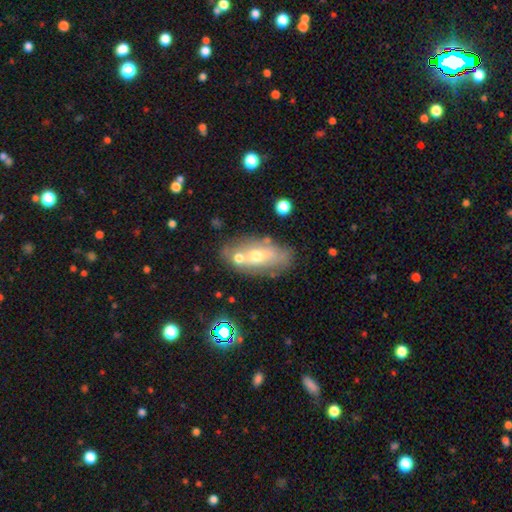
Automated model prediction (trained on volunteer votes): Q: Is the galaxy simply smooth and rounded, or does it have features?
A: featured or disk — 47%.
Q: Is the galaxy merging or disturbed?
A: none — 59%.